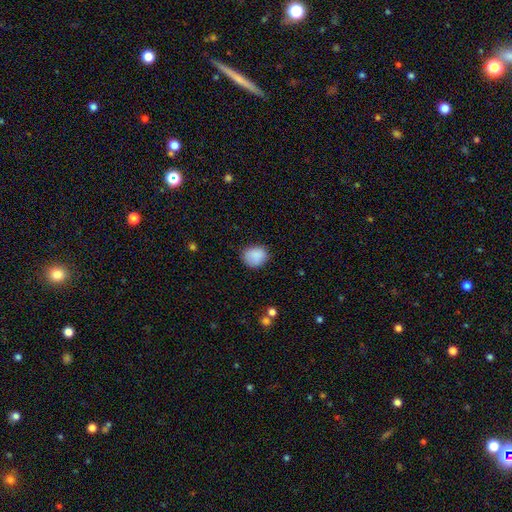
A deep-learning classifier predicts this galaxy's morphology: smooth_or_featured: smooth (p=0.88) [alt: star or artifact p=0.08]
how_rounded: round (p=0.61) [alt: in between p=0.38]
merging: none (p=0.77) [alt: minor disturbance p=0.18]